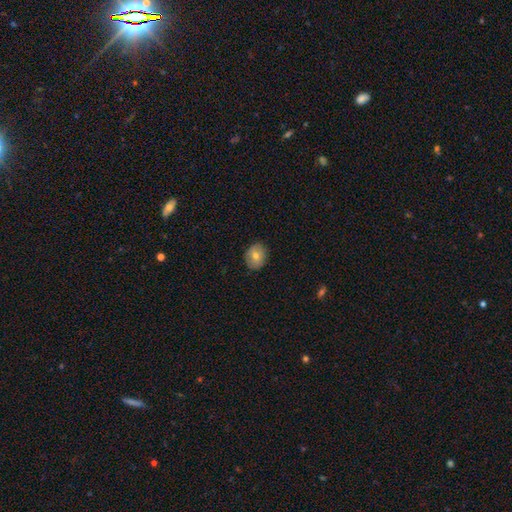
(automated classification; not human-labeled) The model was most divided on "how rounded": round: 62%, in between: 37%, cigar-shaped: 1%. More confident: merging — none (85%); smooth or featured — smooth (70%).